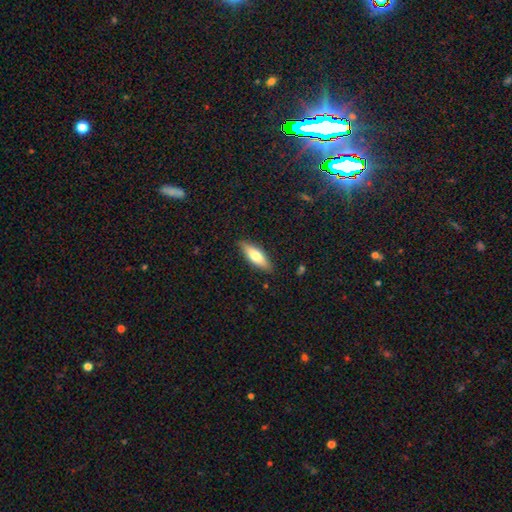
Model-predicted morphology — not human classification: Smooth or featured?
  - smooth: 68% *
  - featured or disk: 26%
  - star or artifact: 6%
How rounded?
  - in between: 54% *
  - cigar-shaped: 44%
  - round: 2%
Merging?
  - none: 87% *
  - minor disturbance: 10%
  - major disturbance: 2%
  - merger: 1%